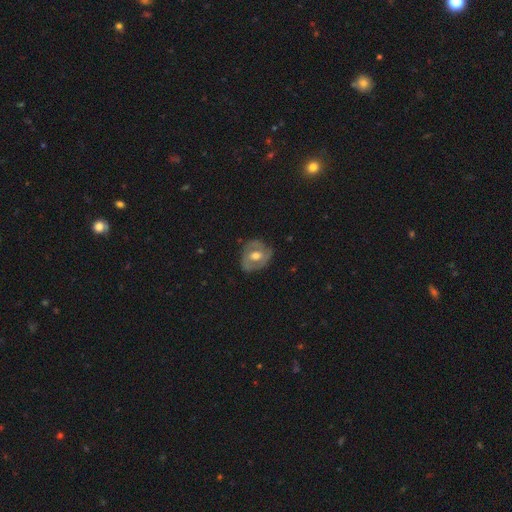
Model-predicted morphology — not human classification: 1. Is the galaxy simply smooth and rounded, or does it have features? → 60% featured or disk, 34% smooth, 7% star or artifact.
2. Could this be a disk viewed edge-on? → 95% no, 5% yes.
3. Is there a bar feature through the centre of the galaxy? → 50% no, 37% weak, 13% strong.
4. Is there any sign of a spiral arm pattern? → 54% yes, 46% no.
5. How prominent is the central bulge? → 76% moderate, 11% small, 11% large, 1% none, 1% dominant.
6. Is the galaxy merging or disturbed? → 69% none, 22% minor disturbance, 7% major disturbance, 1% merger.